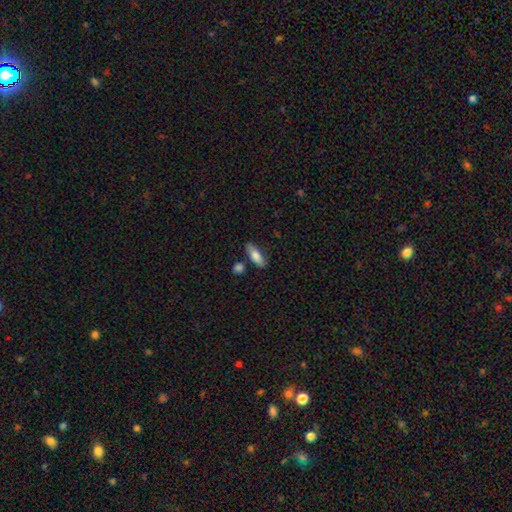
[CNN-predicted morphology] Smooth or featured: smooth — 78% (featured or disk — 16%)
How rounded: in between — 67% (cigar-shaped — 30%)
Merging: none — 74% (minor disturbance — 16%)